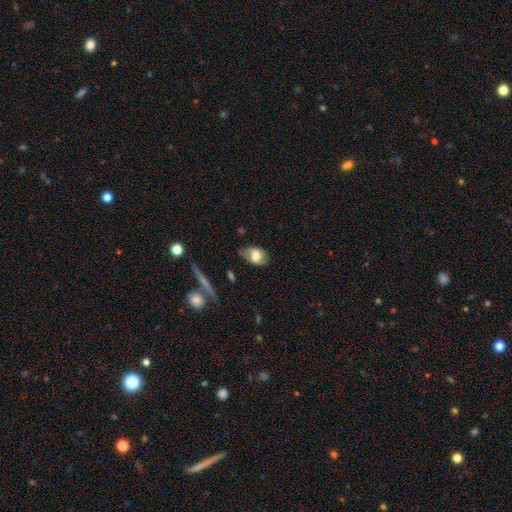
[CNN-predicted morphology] type=smooth (67%); roundness=in between (82%); merging=none (63%).